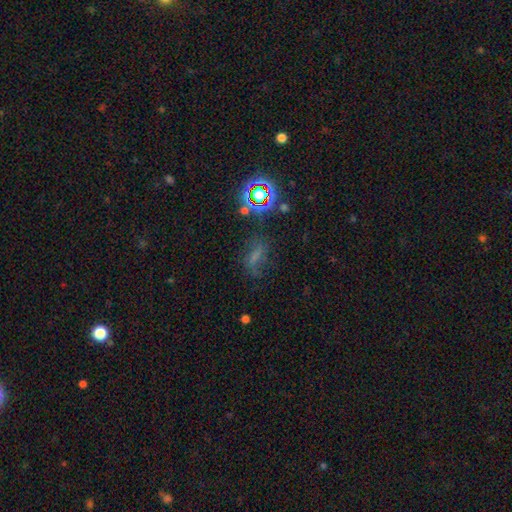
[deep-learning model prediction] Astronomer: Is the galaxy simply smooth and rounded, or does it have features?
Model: smooth — 40% (runner-up: star or artifact, 38%).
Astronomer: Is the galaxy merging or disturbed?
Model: none — 59%.